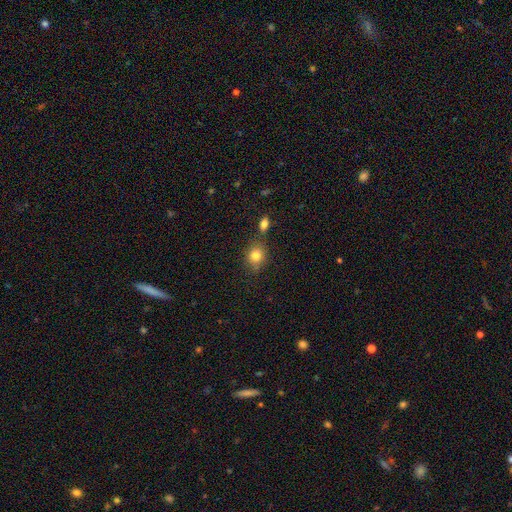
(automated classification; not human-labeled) Overall: smooth (81%). How rounded: round (75%). Merging: none (70%).